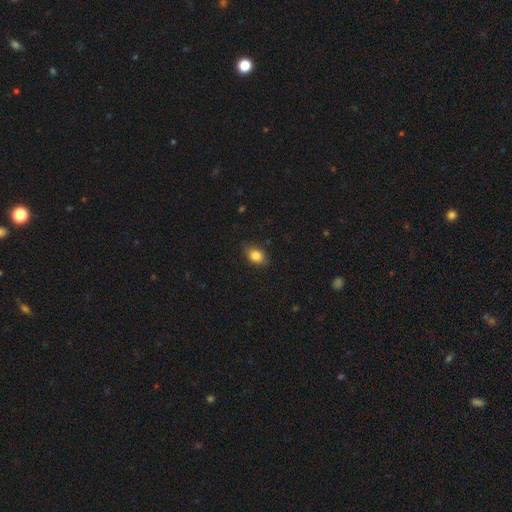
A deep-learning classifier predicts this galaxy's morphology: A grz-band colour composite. It shows a smooth galaxy with no disk features (84%) that is in between round and cigar-shaped (76%). Merging: none (83%).